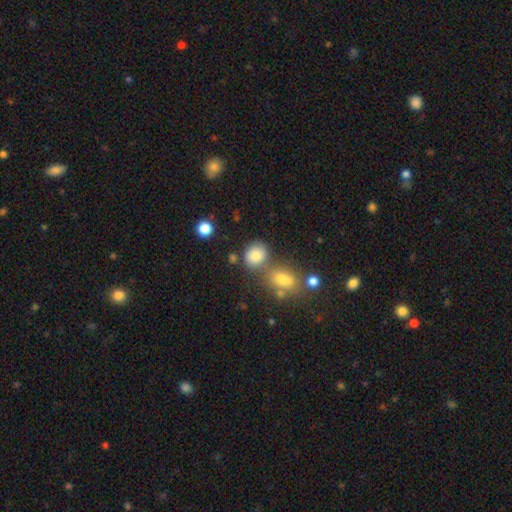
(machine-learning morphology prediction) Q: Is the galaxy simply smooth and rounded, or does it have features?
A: smooth — 79%.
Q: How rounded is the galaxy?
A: round — 61%.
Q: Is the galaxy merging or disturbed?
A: none — 54%.